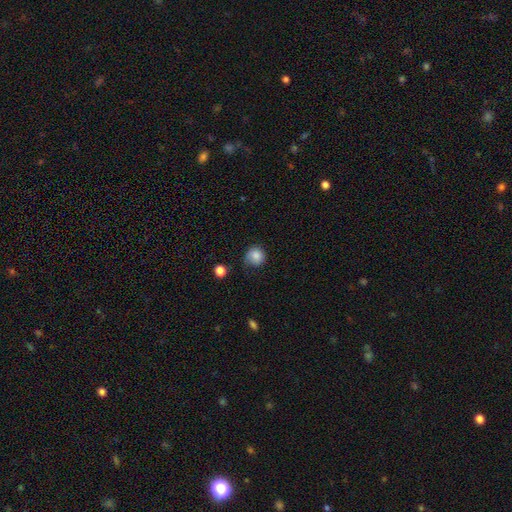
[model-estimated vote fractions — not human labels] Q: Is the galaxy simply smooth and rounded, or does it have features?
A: smooth — 83%.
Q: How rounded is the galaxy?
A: round — 86%.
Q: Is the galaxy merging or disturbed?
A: none — 57%.